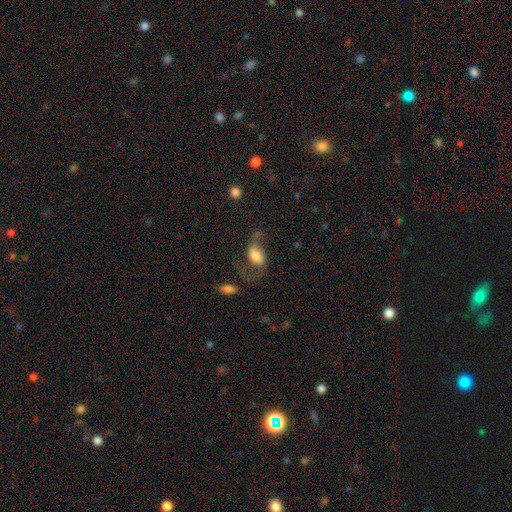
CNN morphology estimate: A smooth galaxy with no disk features (50%) that is in between round and cigar-shaped (88%).

Vote fractions:
- Smooth or featured? smooth: 50% / featured or disk: 40% / star or artifact: 9%
- How rounded? in between: 88% / round: 9% / cigar-shaped: 3%
- Merging? none: 38% / major disturbance: 34% / minor disturbance: 21% / merger: 7%